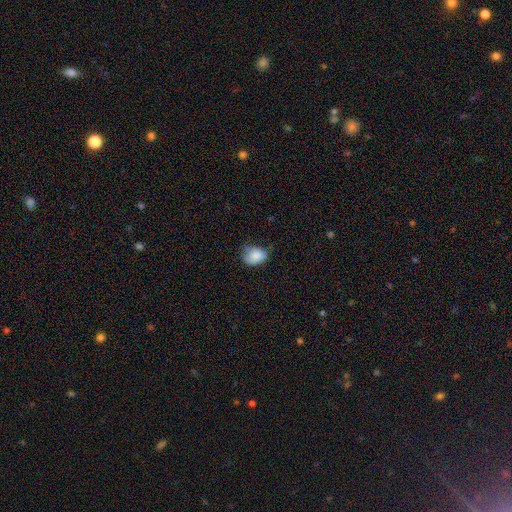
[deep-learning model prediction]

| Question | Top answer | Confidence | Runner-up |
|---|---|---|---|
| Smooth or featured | smooth | 83% | featured or disk (9%) |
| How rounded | in between | 68% | round (31%) |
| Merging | none | 45% | minor disturbance (40%) |